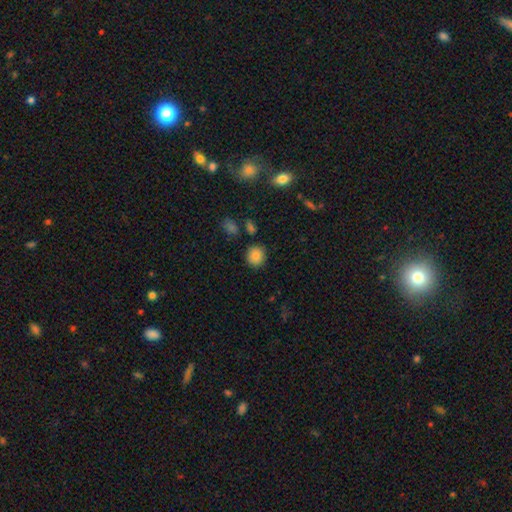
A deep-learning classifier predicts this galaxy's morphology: The model was most divided on "smooth or featured": smooth: 85%, star or artifact: 10%, featured or disk: 5%. More confident: how rounded — round (87%); merging — none (85%).